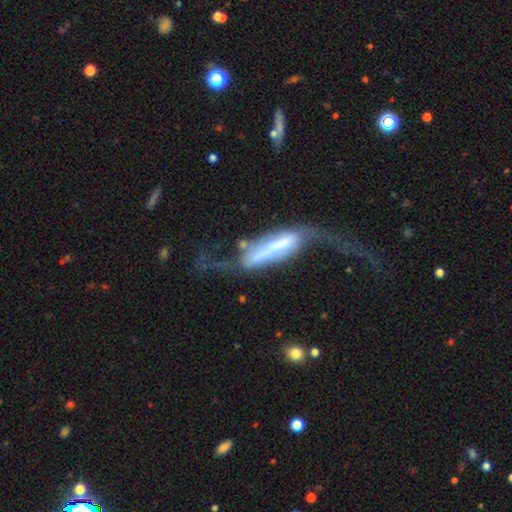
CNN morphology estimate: featured or disk 56%, smooth 37%, star or artifact 7%. Down the decision tree: edge-on disk — no (58%); merging — major disturbance (55%).